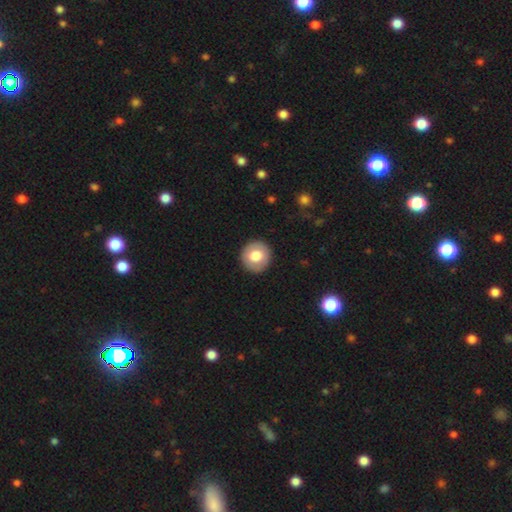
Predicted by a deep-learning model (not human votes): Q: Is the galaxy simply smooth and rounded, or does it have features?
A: smooth — 74%.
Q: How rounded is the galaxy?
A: round — 91%.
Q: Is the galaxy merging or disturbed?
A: none — 90%.